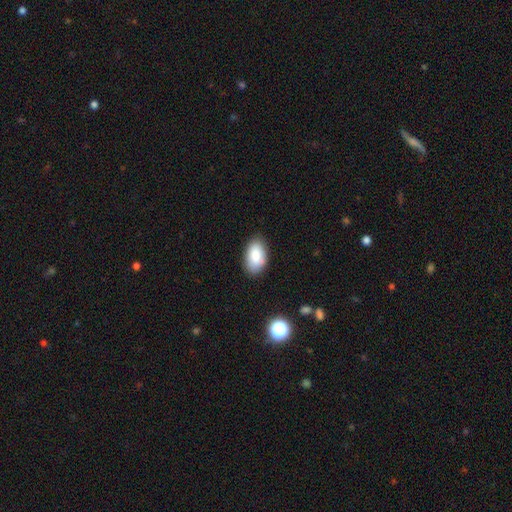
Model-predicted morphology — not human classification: The model was most divided on "merging": none: 84%, minor disturbance: 13%, major disturbance: 3%, merger: 1%. More confident: how rounded — in between (94%); smooth or featured — smooth (85%).